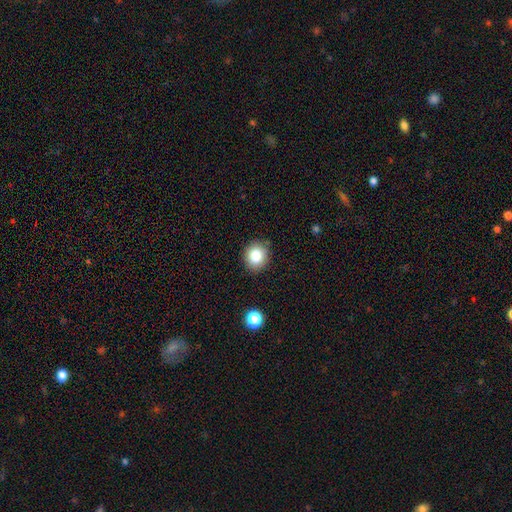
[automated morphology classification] smooth_or_featured: smooth (p=0.82) [alt: star or artifact p=0.11]
how_rounded: round (p=0.78) [alt: in between p=0.22]
merging: none (p=0.86) [alt: minor disturbance p=0.09]